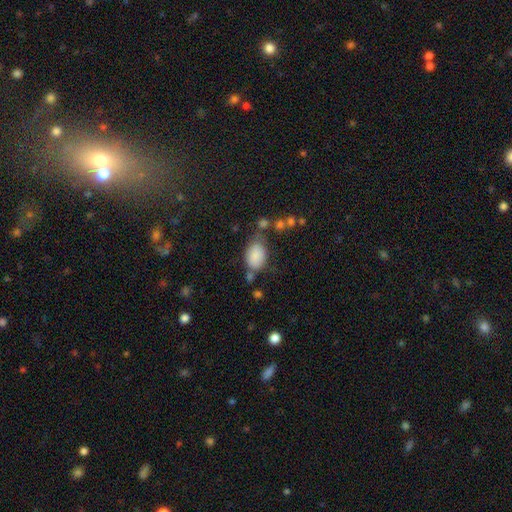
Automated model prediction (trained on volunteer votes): smooth 85%, star or artifact 8%, featured or disk 7%. Down the decision tree: how rounded — in between (86%); merging — none (53%).